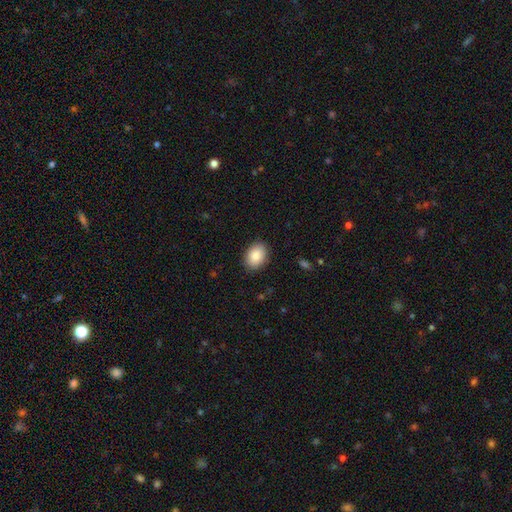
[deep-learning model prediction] This is clearly a smooth galaxy (89%). How rounded: likely in between (76%). Merging: clearly none (88%).